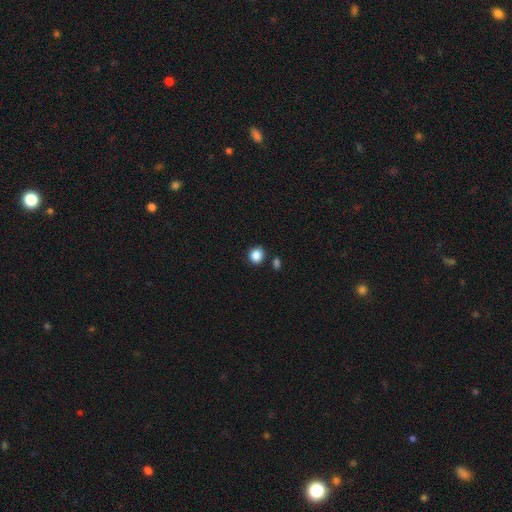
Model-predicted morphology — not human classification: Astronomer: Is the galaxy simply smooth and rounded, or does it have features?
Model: smooth — 87%.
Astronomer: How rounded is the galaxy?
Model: round — 80%.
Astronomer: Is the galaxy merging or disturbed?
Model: none — 82%.